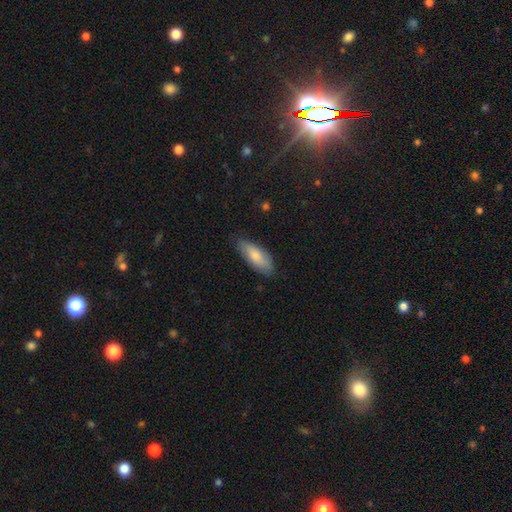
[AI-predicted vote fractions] Smooth or featured? smooth (79%)
How rounded? in between (73%)
Merging? none (79%)